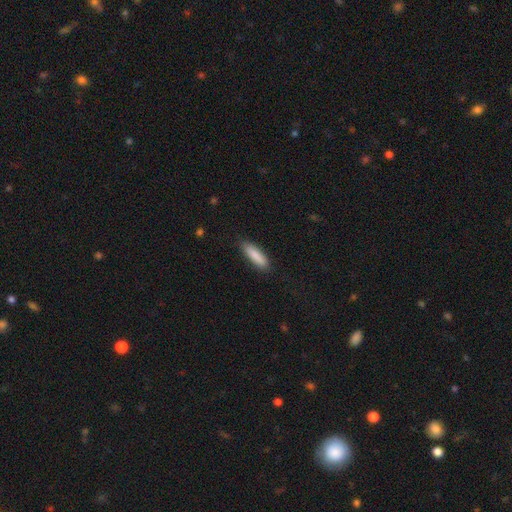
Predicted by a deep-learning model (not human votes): Overall: smooth (87%). How rounded: cigar-shaped (65%; in between 34%). Merging: none (84%).